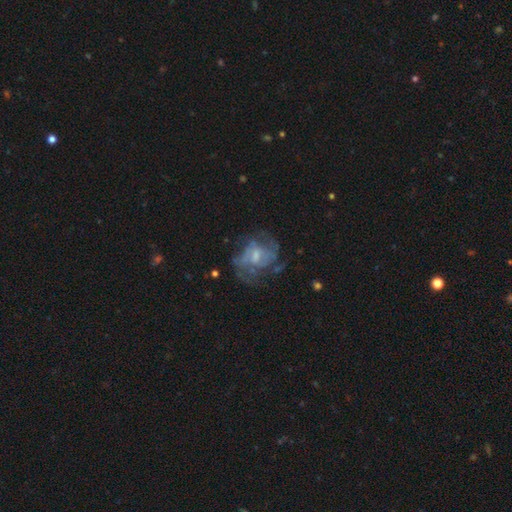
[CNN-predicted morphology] Overall: featured or disk (70%). Edge-on disk: no (97%). Bar: no (47%; weak 45%). Spiral arms: yes (67%; no 33%). Bulge size: moderate (40%; small 39%). Merging: none (50%; major disturbance 26%).